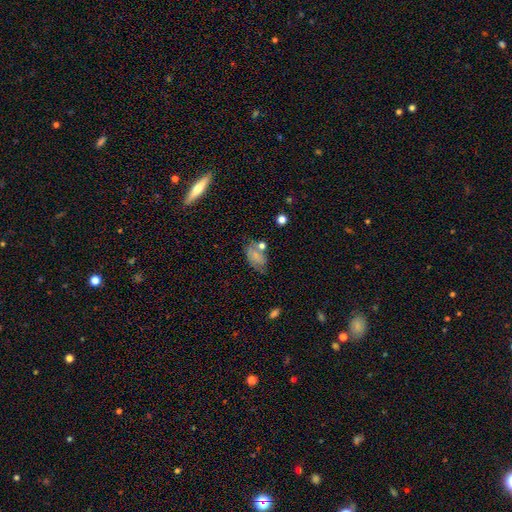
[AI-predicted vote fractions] This appears to be a smooth galaxy with no disk features (68%) that is in between round and cigar-shaped (88%). Merging: none (54%).